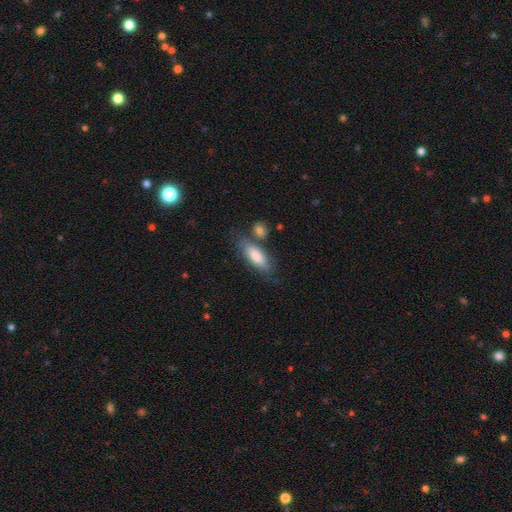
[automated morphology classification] Overall: smooth (78%). How rounded: in between (72%). Merging: none (64%).